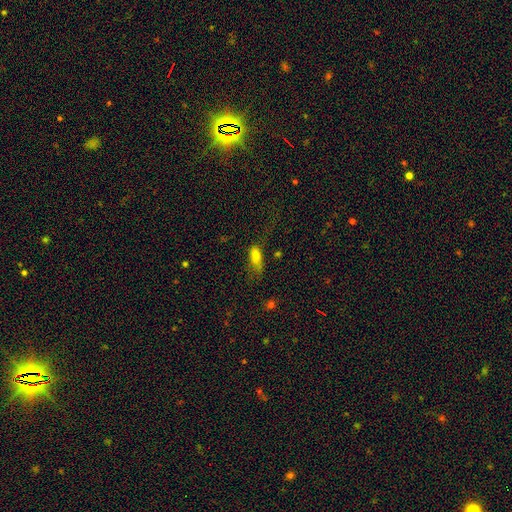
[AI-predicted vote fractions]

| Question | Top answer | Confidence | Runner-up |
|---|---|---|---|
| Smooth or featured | smooth | 77% | featured or disk (12%) |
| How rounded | in between | 78% | cigar-shaped (17%) |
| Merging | none | 38% | minor disturbance (30%) |